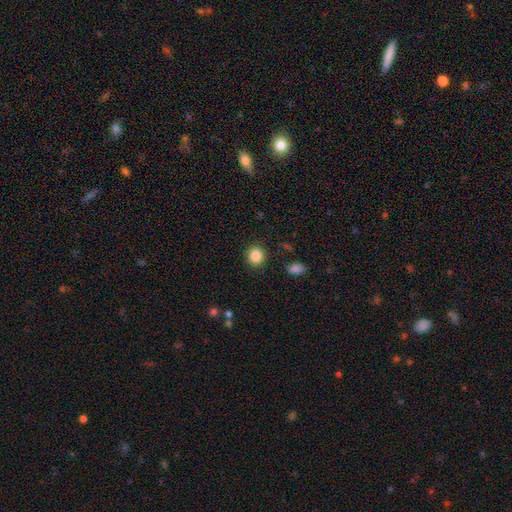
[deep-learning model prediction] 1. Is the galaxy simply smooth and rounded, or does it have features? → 86% smooth, 10% star or artifact, 4% featured or disk.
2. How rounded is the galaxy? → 87% round, 12% in between, 1% cigar-shaped.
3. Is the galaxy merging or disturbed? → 90% none, 6% minor disturbance, 2% major disturbance, 2% merger.